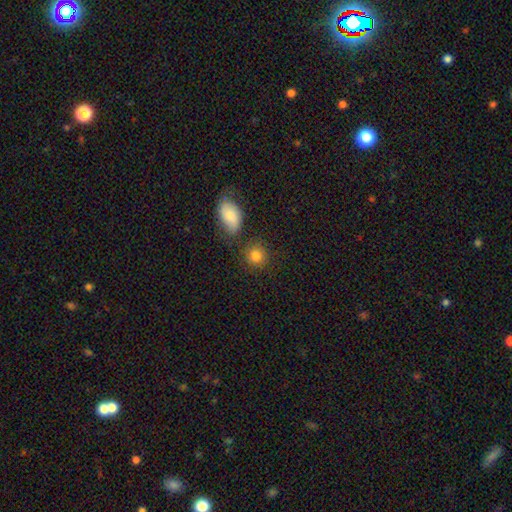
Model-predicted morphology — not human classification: Smooth or featured: smooth — 83% (star or artifact — 10%)
How rounded: round — 84% (in between — 15%)
Merging: none — 77% (minor disturbance — 10%)